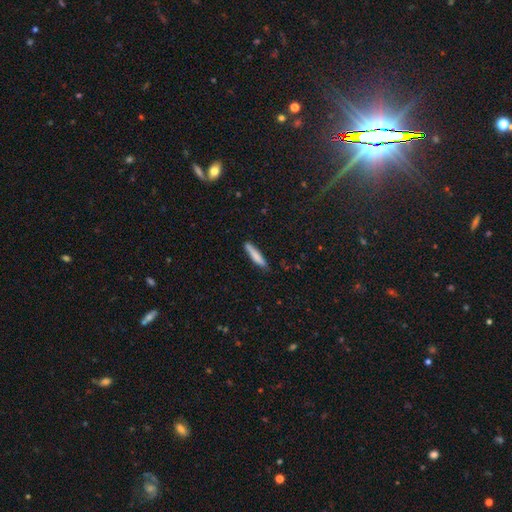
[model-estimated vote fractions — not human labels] smooth-or-featured: smooth: 79% | featured or disk: 16% | star or artifact: 6%
  how-rounded: cigar-shaped: 89% | in between: 10% | round: 1%
  merging: none: 81% | minor disturbance: 15% | major disturbance: 2% | merger: 2%